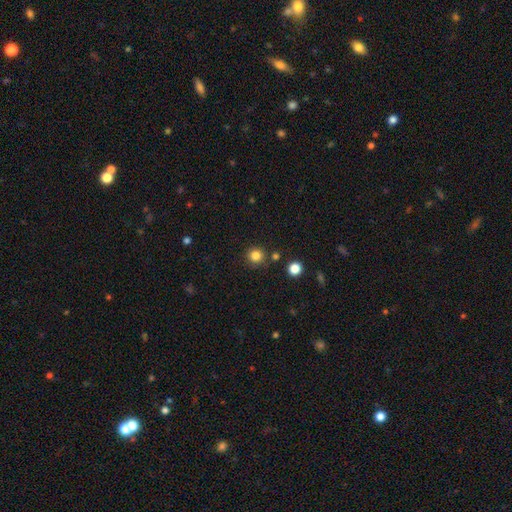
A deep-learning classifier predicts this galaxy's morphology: A smooth galaxy with no disk features (83%) that is round (93%).

Vote fractions:
- Smooth or featured? smooth: 83% / star or artifact: 13% / featured or disk: 4%
- How rounded? round: 93% / in between: 6% / cigar-shaped: 1%
- Merging? none: 85% / minor disturbance: 7% / merger: 5% / major disturbance: 2%